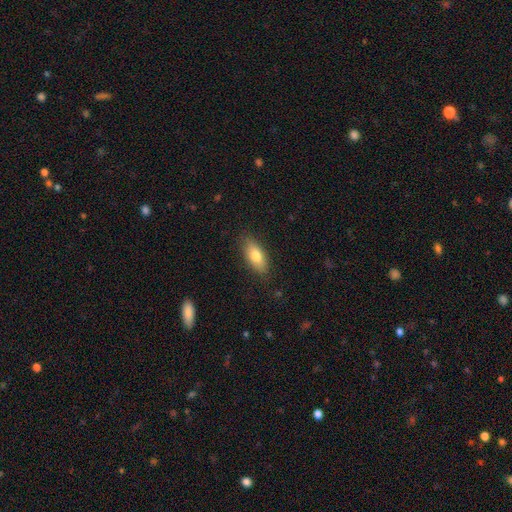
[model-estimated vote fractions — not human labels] smooth_or_featured: smooth (p=0.77) [alt: featured or disk p=0.16]
how_rounded: in between (p=0.82) [alt: cigar-shaped p=0.15]
merging: none (p=0.84) [alt: minor disturbance p=0.12]